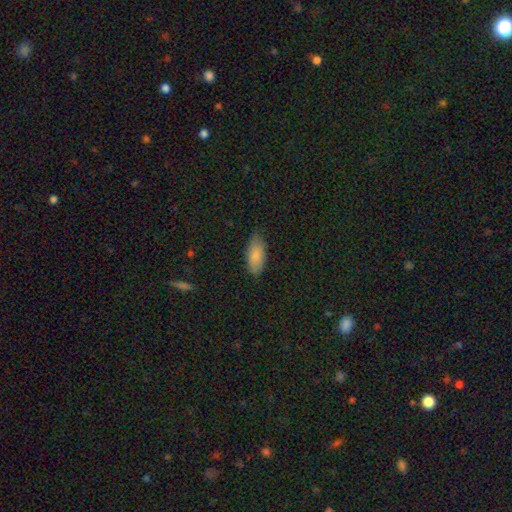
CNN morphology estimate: smooth_or_featured: smooth (p=0.85) [alt: featured or disk p=0.09]
how_rounded: in between (p=0.86) [alt: cigar-shaped p=0.12]
merging: none (p=0.80) [alt: minor disturbance p=0.16]